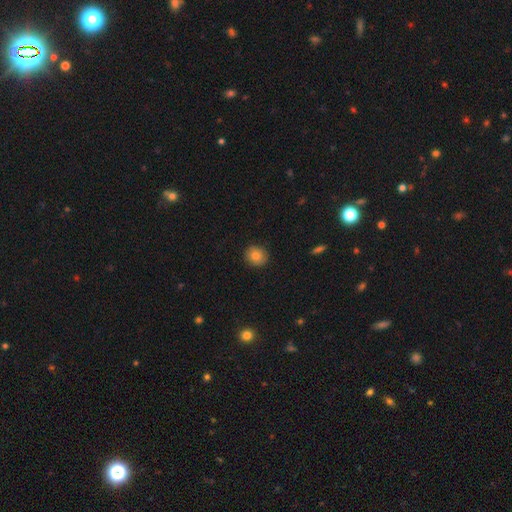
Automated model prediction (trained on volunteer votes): Overall: smooth (83%). How rounded: round (82%). Merging: none (90%).